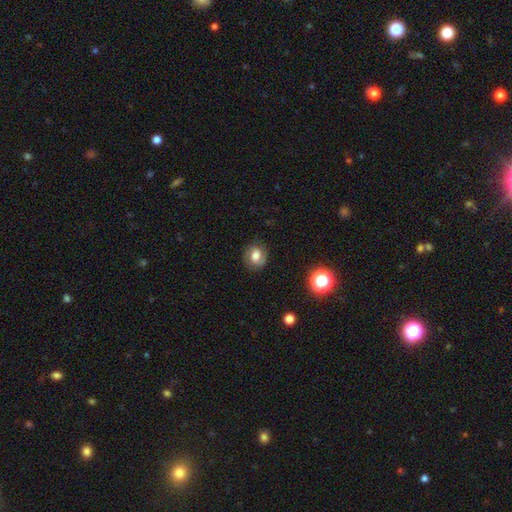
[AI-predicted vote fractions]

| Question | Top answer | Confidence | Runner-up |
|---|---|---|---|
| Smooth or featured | smooth | 52% | featured or disk (36%) |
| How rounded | round | 65% | in between (34%) |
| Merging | none | 80% | minor disturbance (14%) |